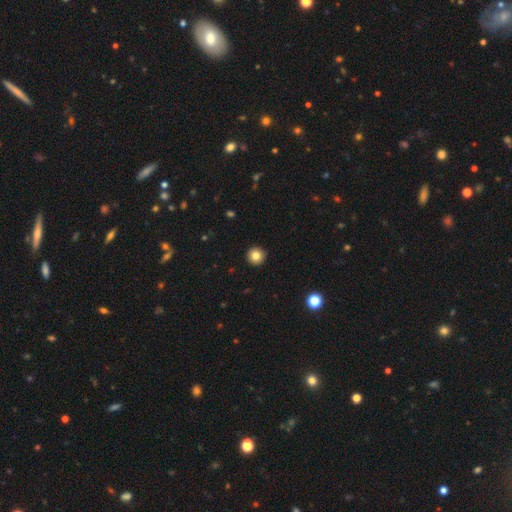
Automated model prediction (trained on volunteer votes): Smooth or featured? Predicted: smooth (p=0.83). How rounded? Predicted: round (p=0.96). Merging? Predicted: none (p=0.94).